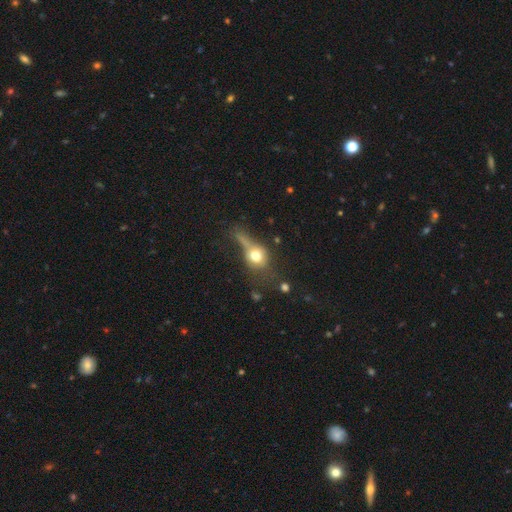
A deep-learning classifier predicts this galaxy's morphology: Overall: smooth (66%). How rounded: round (57%; in between 38%). Merging: major disturbance (35%; none 30%).